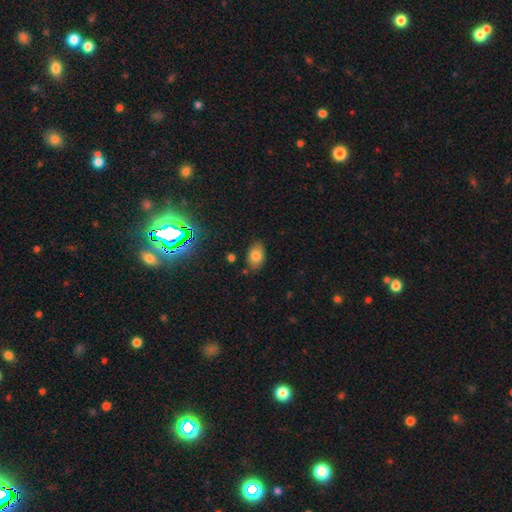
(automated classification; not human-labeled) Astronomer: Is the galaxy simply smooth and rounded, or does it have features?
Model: smooth — 79%.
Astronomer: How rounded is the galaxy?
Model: in between — 87%.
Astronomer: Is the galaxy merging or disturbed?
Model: none — 80%.